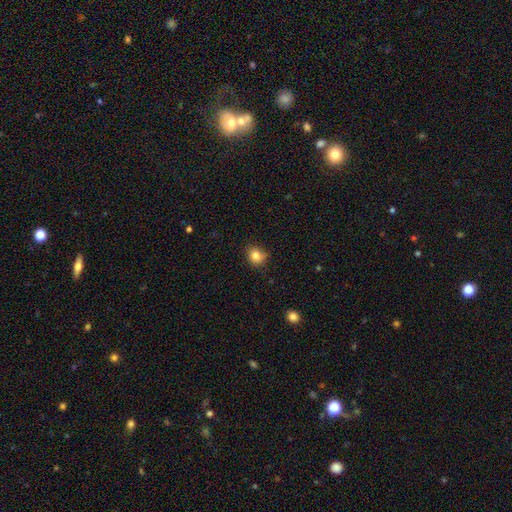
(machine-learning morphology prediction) Overall: smooth (82%). How rounded: round (76%). Merging: none (73%).